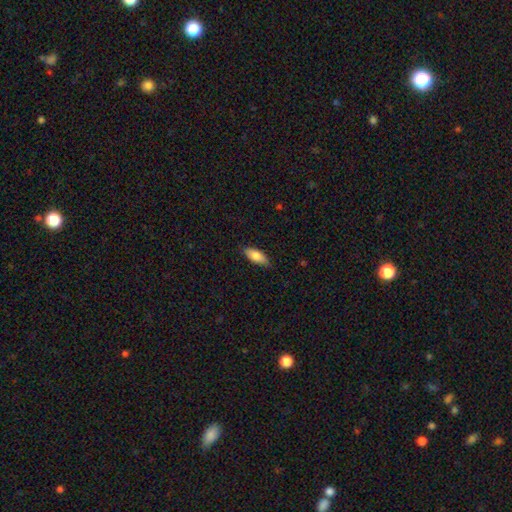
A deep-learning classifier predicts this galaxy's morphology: smooth 81%, featured or disk 13%, star or artifact 6%. Down the decision tree: how rounded — in between (76%); merging — none (83%).